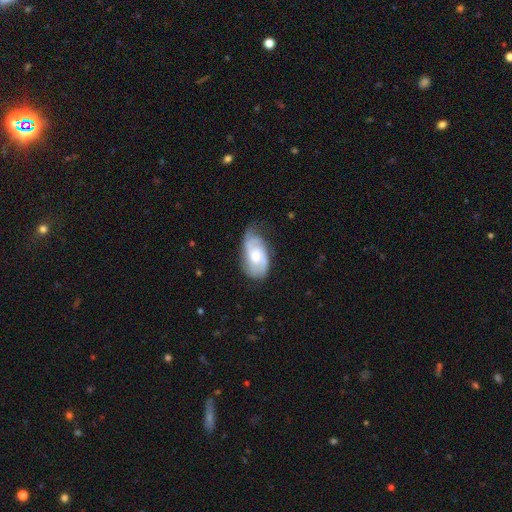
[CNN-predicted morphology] Overall: featured or disk (74%). Edge-on disk: no (96%). Bar: no (63%; weak 31%). Spiral arms: yes (94%). Spiral arm count: 2 (53%; can't tell 19%). Spiral winding: tight (43%; medium 42%). Bulge size: moderate (60%; small 27%). Merging: none (60%; minor disturbance 29%).